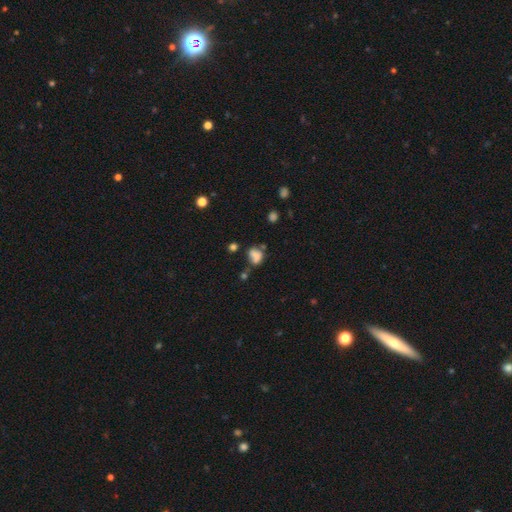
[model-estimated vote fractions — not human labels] smooth_or_featured: smooth (p=0.68) [alt: featured or disk p=0.17]
how_rounded: in between (p=0.65) [alt: round p=0.33]
merging: none (p=0.33) [alt: minor disturbance p=0.26]